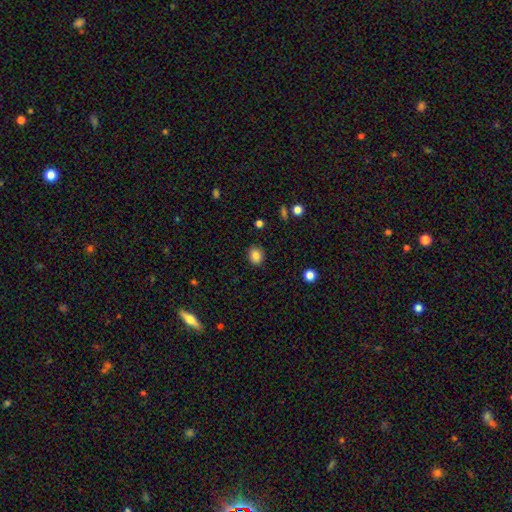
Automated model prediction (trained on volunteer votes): Morphology: type=smooth (82%); roundness=round (63%); merging=none (89%).